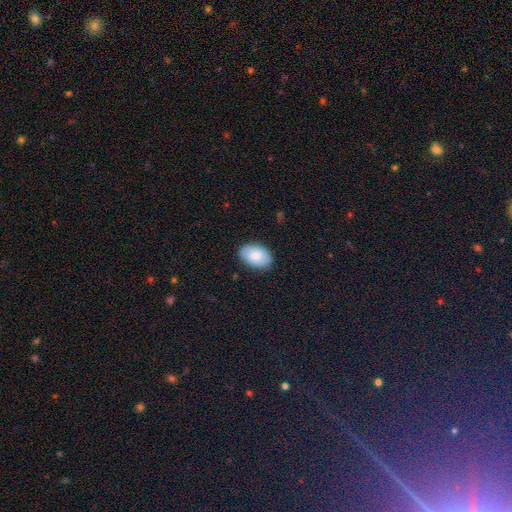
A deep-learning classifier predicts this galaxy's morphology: Overall: smooth (81%). How rounded: in between (89%). Merging: none (85%).